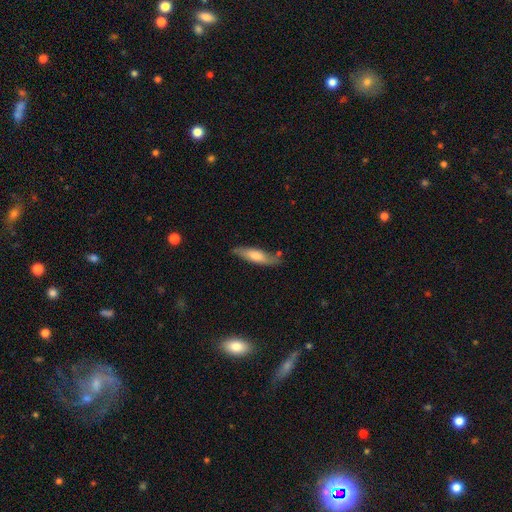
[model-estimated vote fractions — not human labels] Overall: smooth (64%; featured or disk 31%). How rounded: cigar-shaped (67%; in between 31%). Merging: none (74%).